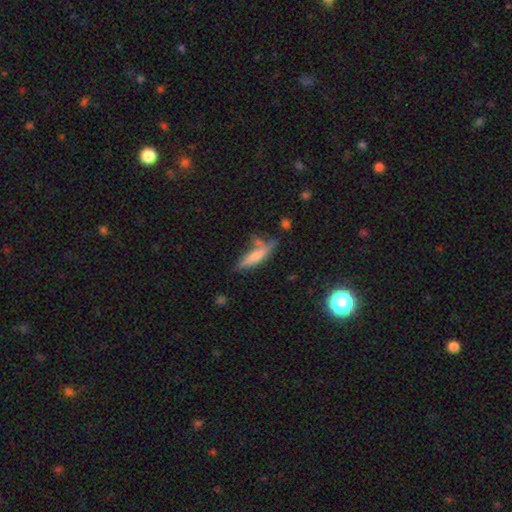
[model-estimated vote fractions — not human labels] This is possibly a smooth galaxy (58%). How rounded: likely cigar-shaped (79%). Merging: possibly none (58%).